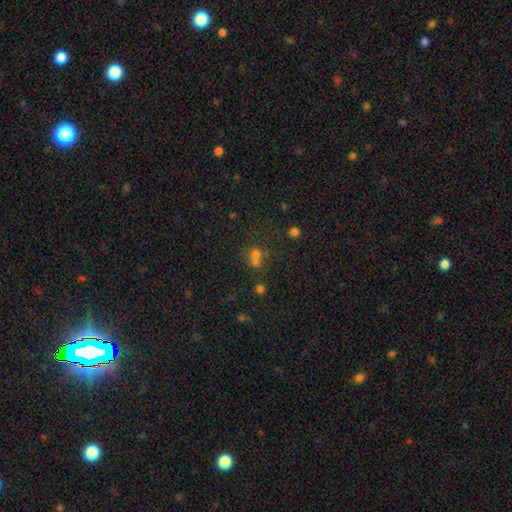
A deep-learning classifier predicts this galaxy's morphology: smooth-or-featured: smooth: 56% | star or artifact: 30% | featured or disk: 14%
  how-rounded: round: 80% | in between: 19% | cigar-shaped: 1%
  merging: merger: 44% | none: 43% | minor disturbance: 8% | major disturbance: 5%